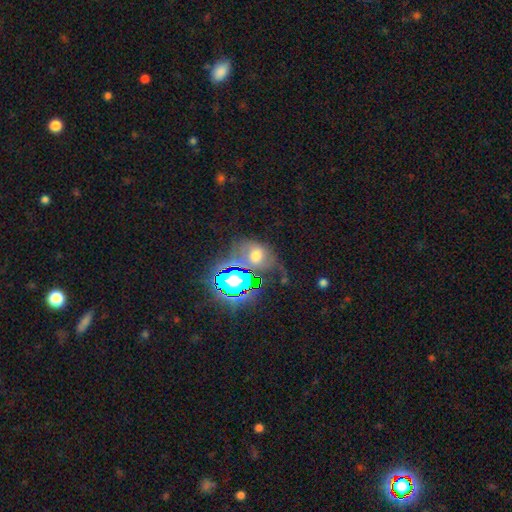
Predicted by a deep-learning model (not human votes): This appears to be a smooth galaxy with no disk features (42%). Merging: none (46%).